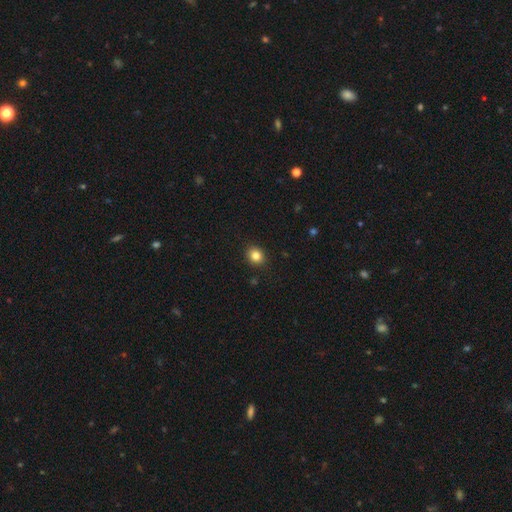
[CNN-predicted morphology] This is clearly a smooth galaxy (84%). How rounded: likely round (68%). Merging: clearly none (89%).